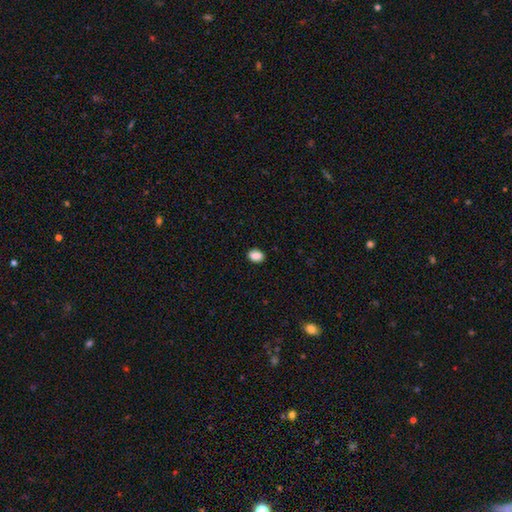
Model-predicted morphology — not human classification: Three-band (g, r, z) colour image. It shows a smooth galaxy with no disk features (88%) that is in between round and cigar-shaped (70%). Merging: none (88%).